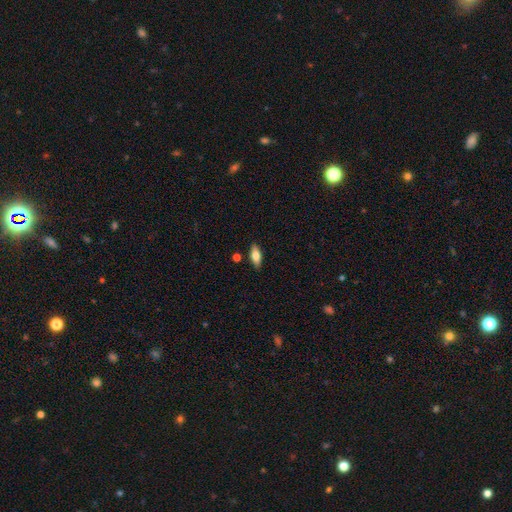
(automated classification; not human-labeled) This appears to be a smooth galaxy with no disk features (65%) that is in between round and cigar-shaped (73%). Merging: none (85%).